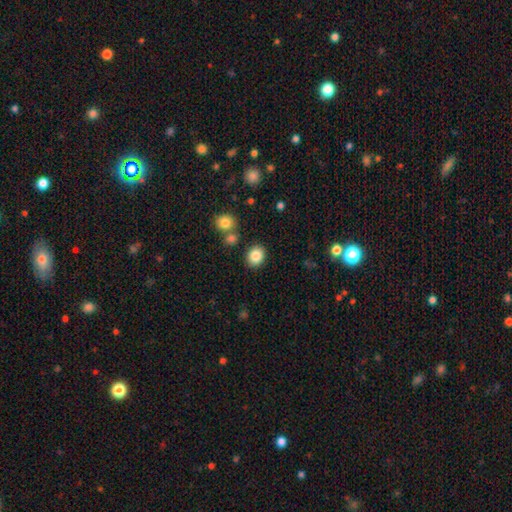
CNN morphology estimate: A smooth galaxy with no disk features (85%) that is round (59%). Merging: none (85%).